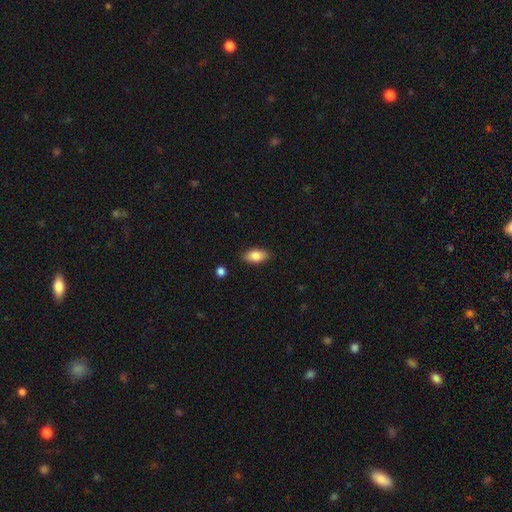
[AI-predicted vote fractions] A smooth galaxy with no disk features (84%) that is in between round and cigar-shaped (91%). Merging: none (87%).